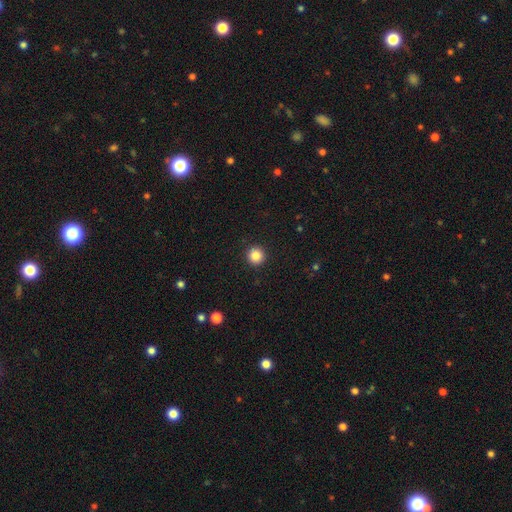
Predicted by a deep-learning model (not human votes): The model was most divided on "smooth or featured": smooth: 86%, star or artifact: 10%, featured or disk: 4%. More confident: how rounded — round (96%); merging — none (93%).